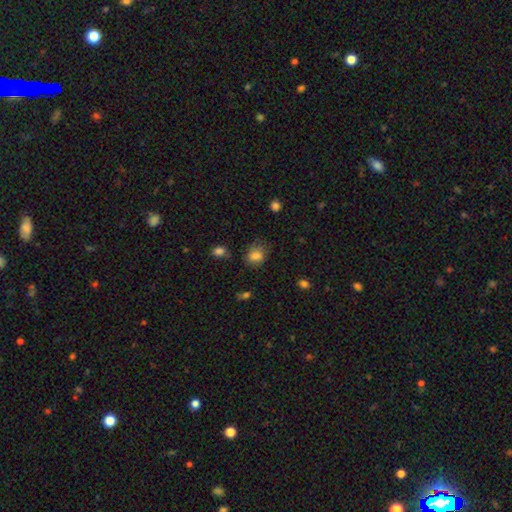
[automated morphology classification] Smooth or featured? Predicted: smooth (p=0.79). How rounded? Predicted: in between (p=0.53). Merging? Predicted: none (p=0.59).